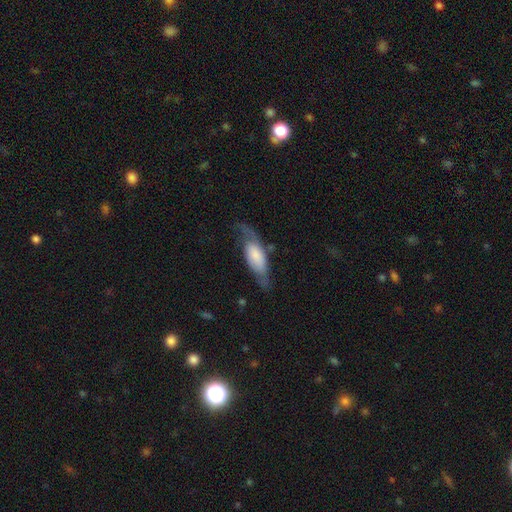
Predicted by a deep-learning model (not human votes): Smooth or featured? Predicted: smooth (p=0.49). Merging? Predicted: none (p=0.50).